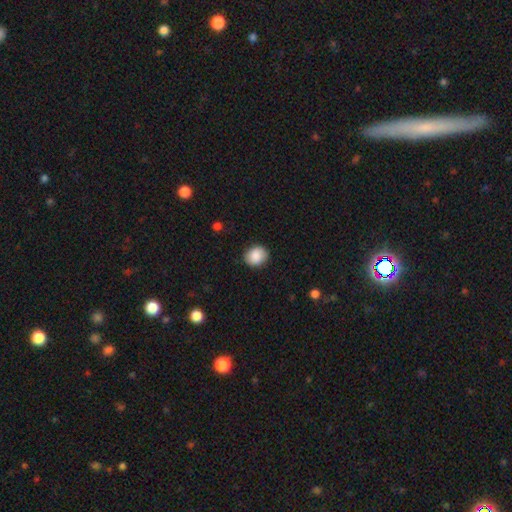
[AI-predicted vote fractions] Smooth or featured? Predicted: smooth (p=0.88). How rounded? Predicted: round (p=0.66). Merging? Predicted: none (p=0.87).